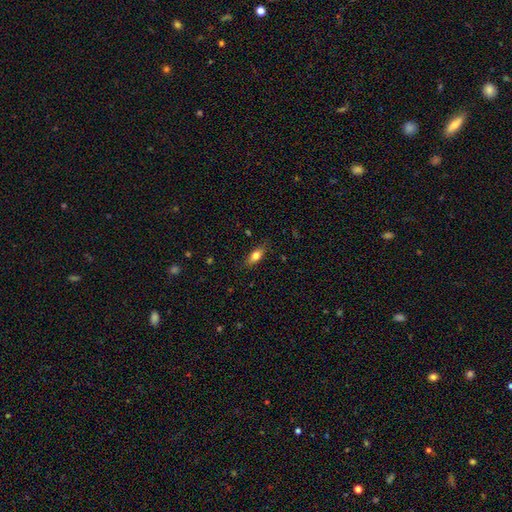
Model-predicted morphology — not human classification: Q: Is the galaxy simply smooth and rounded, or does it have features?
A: smooth — 75%.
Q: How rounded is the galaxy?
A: in between — 75%.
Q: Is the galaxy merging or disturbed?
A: none — 82%.